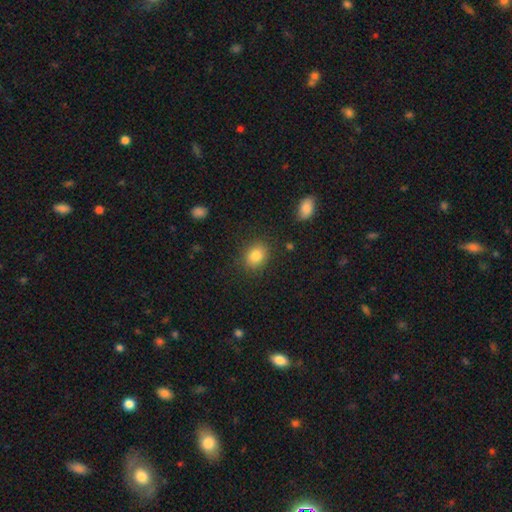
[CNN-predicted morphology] Q: Smooth or featured?
A: smooth (84%); runner-up: star or artifact (10%)
Q: How rounded?
A: round (52%); runner-up: in between (47%)
Q: Merging?
A: none (85%); runner-up: minor disturbance (10%)